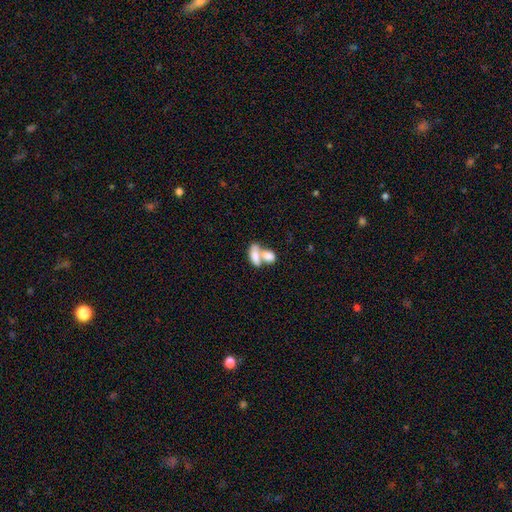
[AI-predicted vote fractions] Smooth or featured: smooth — 74% (featured or disk — 18%)
How rounded: in between — 85% (round — 7%)
Merging: merger — 69% (none — 19%)